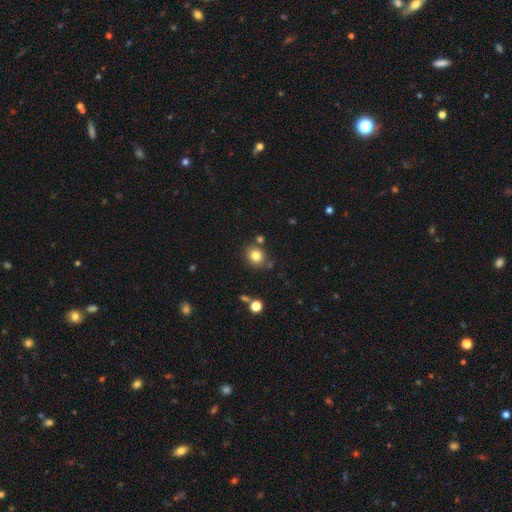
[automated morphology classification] Smooth or featured: smooth — 81% (star or artifact — 12%)
How rounded: round — 81% (in between — 18%)
Merging: none — 80% (minor disturbance — 10%)